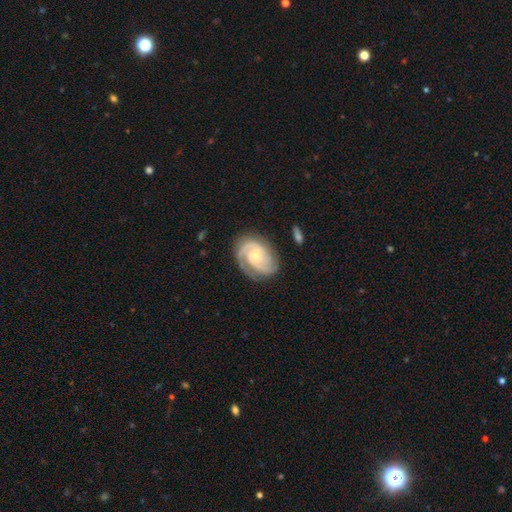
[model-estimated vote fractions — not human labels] featured or disk 86%, smooth 9%, star or artifact 5%. Down the decision tree: edge-on disk — no (98%); bar — no (69%); spiral arms — yes (97%); spiral arm count — 2 (54%); spiral winding — tight (55%); bulge size — small (61%); merging — none (74%).